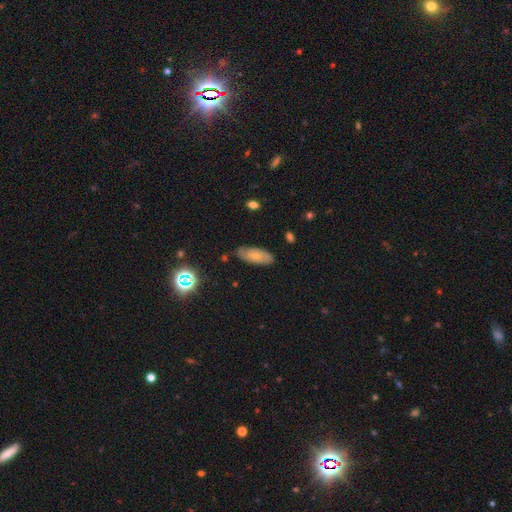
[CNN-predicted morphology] Smooth or featured? smooth (53%)
How rounded? in between (83%)
Merging? none (73%)